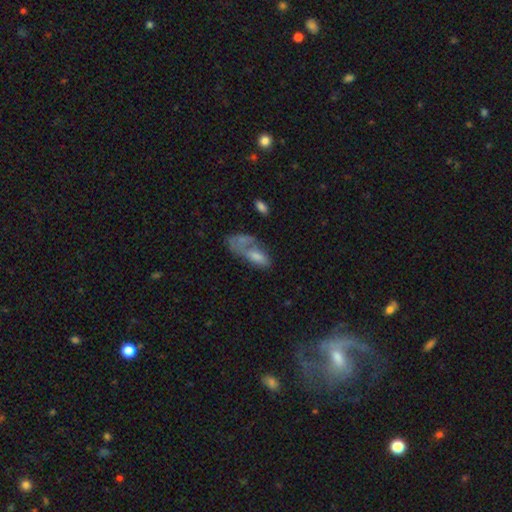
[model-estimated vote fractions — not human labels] Overall: smooth (56%; featured or disk 32%). How rounded: in between (76%). Merging: merger (33%; major disturbance 26%).